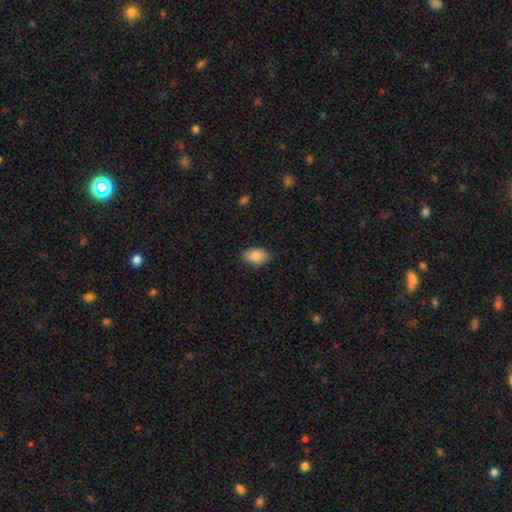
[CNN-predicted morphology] Q: Smooth or featured?
A: smooth (87%); runner-up: star or artifact (7%)
Q: How rounded?
A: in between (89%); runner-up: round (10%)
Q: Merging?
A: none (83%); runner-up: minor disturbance (14%)